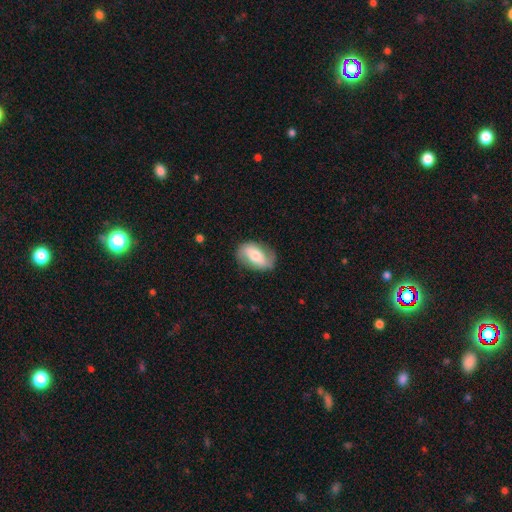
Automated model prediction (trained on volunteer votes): Smooth or featured? smooth (47%)
Merging? none (78%)